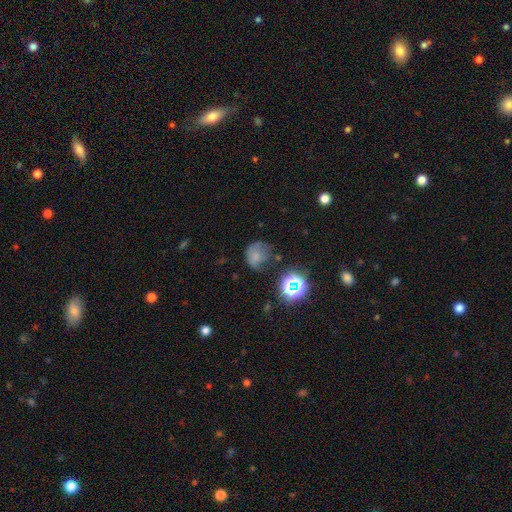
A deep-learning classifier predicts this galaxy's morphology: Smooth or featured: smooth — 64% (star or artifact — 21%)
How rounded: round — 67% (in between — 32%)
Merging: none — 39% (minor disturbance — 33%)